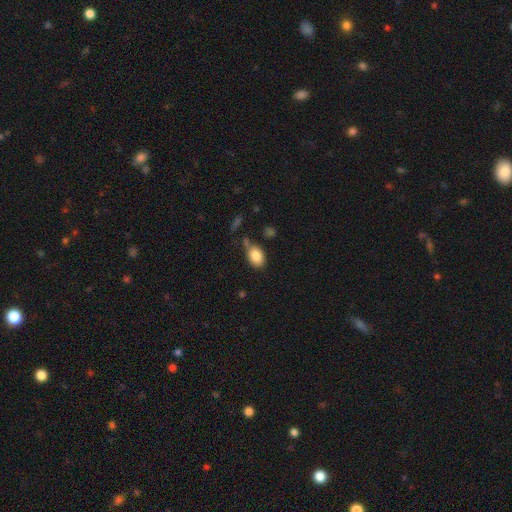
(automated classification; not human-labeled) Q: Smooth or featured?
A: smooth (85%); runner-up: star or artifact (8%)
Q: How rounded?
A: in between (84%); runner-up: round (14%)
Q: Merging?
A: none (68%); runner-up: minor disturbance (19%)